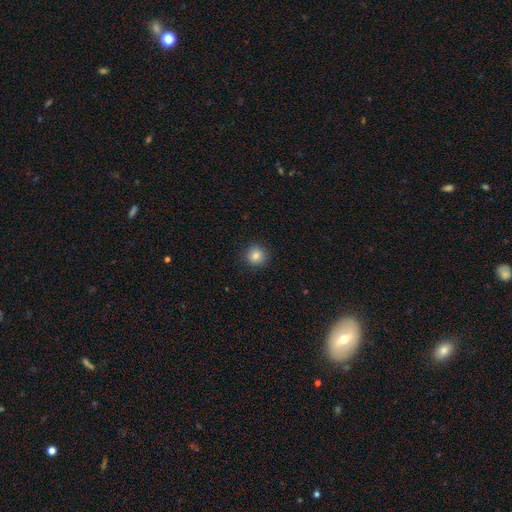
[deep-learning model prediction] Q: Smooth or featured?
A: smooth (82%); runner-up: star or artifact (11%)
Q: How rounded?
A: round (94%); runner-up: in between (5%)
Q: Merging?
A: none (91%); runner-up: minor disturbance (6%)